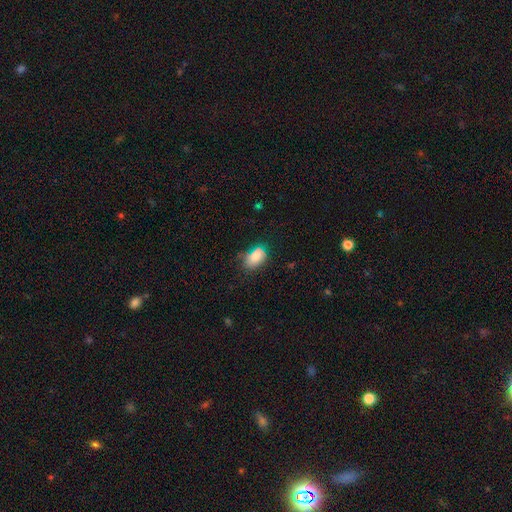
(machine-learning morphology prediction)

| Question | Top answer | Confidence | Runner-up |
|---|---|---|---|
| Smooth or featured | smooth | 81% | star or artifact (11%) |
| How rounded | in between | 83% | round (15%) |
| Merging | none | 66% | minor disturbance (24%) |